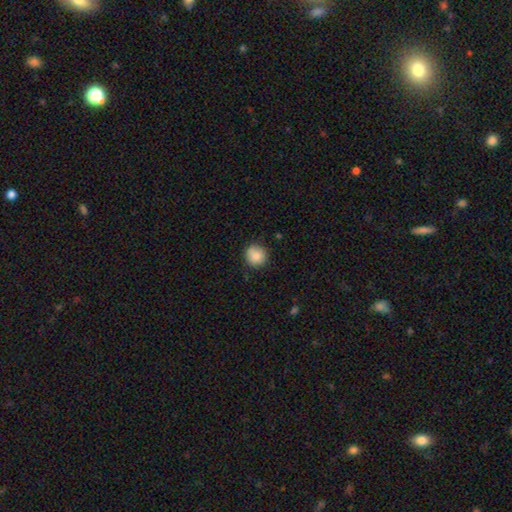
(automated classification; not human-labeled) A smooth galaxy with no disk features (85%) that is round (91%).

Vote fractions:
- Smooth or featured? smooth: 85% / star or artifact: 8% / featured or disk: 6%
- How rounded? round: 91% / in between: 8% / cigar-shaped: 1%
- Merging? none: 80% / minor disturbance: 15% / major disturbance: 3% / merger: 1%